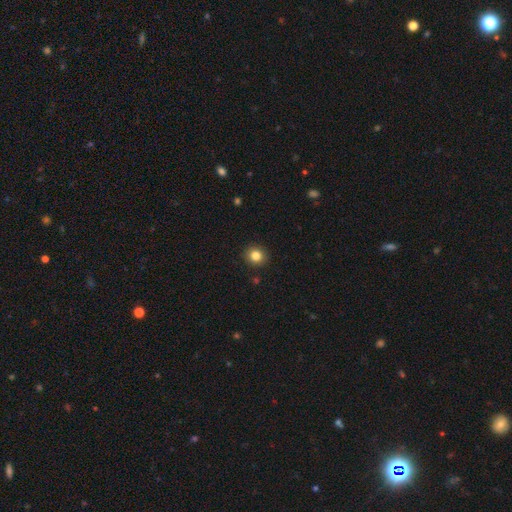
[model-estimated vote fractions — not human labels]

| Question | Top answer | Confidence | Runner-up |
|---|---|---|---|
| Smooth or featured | smooth | 84% | star or artifact (11%) |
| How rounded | round | 87% | in between (12%) |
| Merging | none | 91% | minor disturbance (6%) |